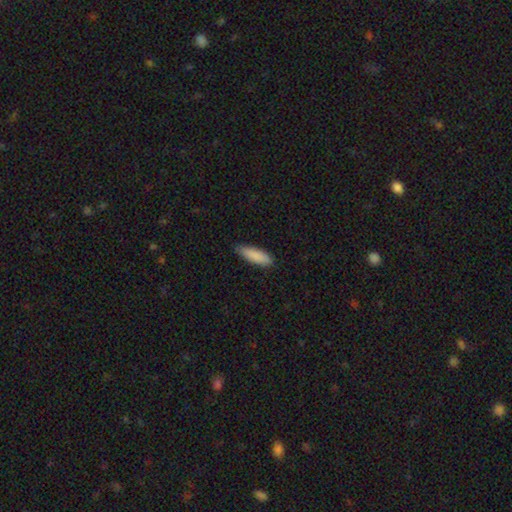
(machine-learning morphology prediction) smooth 88%, featured or disk 6%, star or artifact 6%. Down the decision tree: how rounded — in between (50%); merging — none (81%).